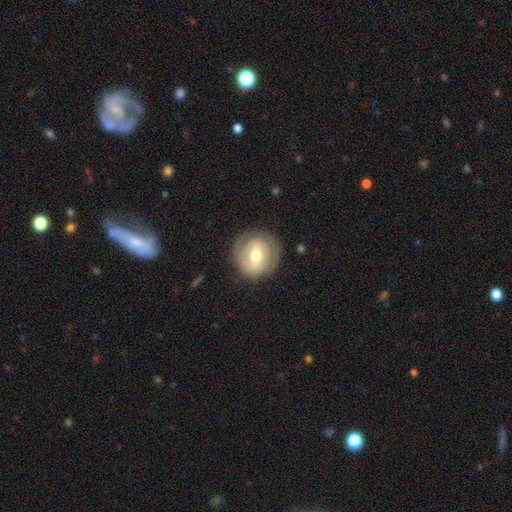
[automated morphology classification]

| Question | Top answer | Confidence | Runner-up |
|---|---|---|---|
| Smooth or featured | featured or disk | 59% | smooth (35%) |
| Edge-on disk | no | 95% | yes (5%) |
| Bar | weak | 44% | strong (35%) |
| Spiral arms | no | 51% | yes (49%) |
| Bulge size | moderate | 71% | small (14%) |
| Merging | none | 79% | minor disturbance (14%) |